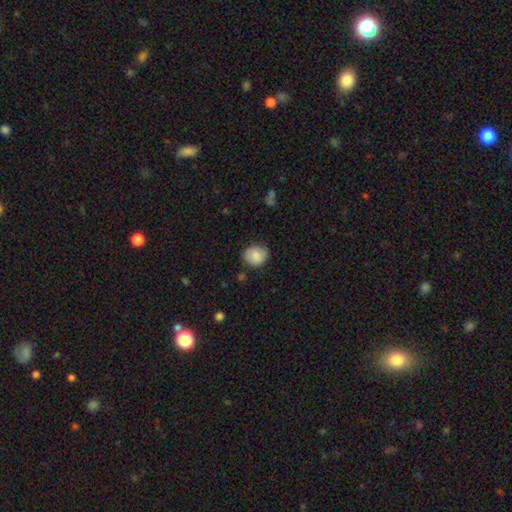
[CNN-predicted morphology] Smooth or featured? smooth (79%)
How rounded? round (78%)
Merging? none (79%)